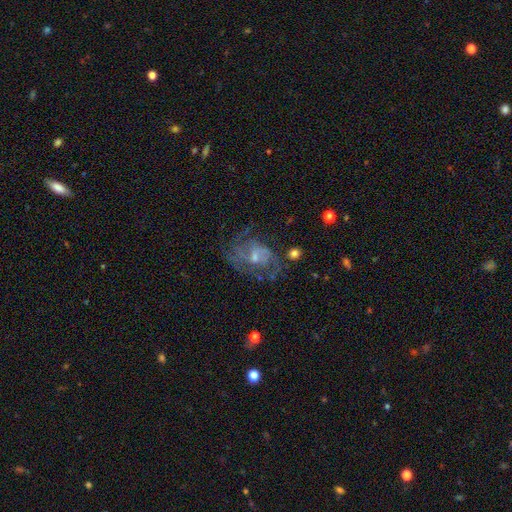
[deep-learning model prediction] The model was most divided on "spiral arm count": can't tell: 38%, 2: 34%, 3: 13%, 1: 6%, 4: 5%, more than 4: 4%. Remaining: edge-on disk — no (97%); spiral arms — yes (81%); smooth or featured — featured or disk (73%); merging — none (56%); bar — no (56%); bulge size — small (54%); spiral winding — medium (44%).